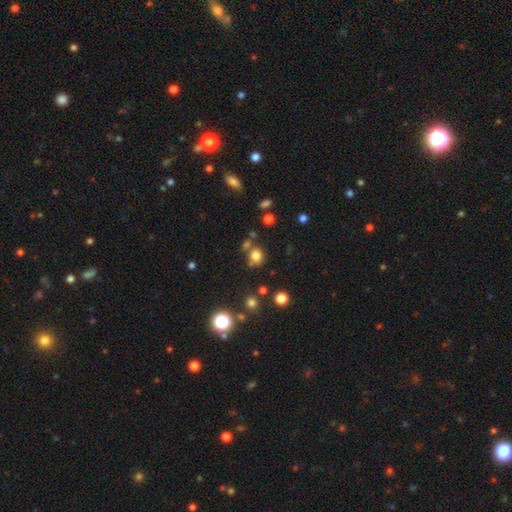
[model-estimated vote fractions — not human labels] Smooth or featured: smooth — 77% (star or artifact — 16%)
How rounded: round — 73% (in between — 26%)
Merging: none — 67% (merger — 16%)